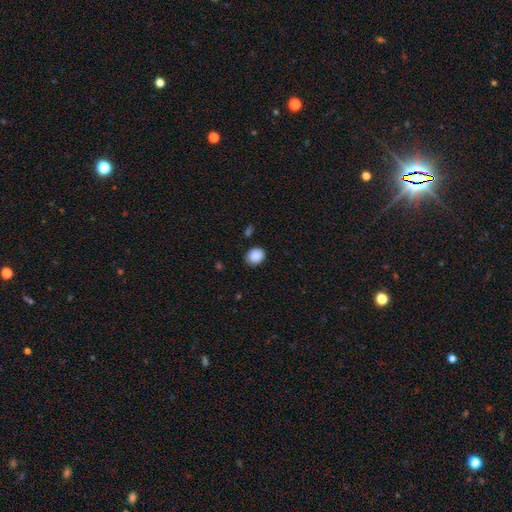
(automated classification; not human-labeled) smooth-or-featured: smooth: 89% | star or artifact: 8% | featured or disk: 3%
  how-rounded: round: 62% | in between: 37% | cigar-shaped: 1%
  merging: none: 82% | minor disturbance: 13% | major disturbance: 3% | merger: 2%